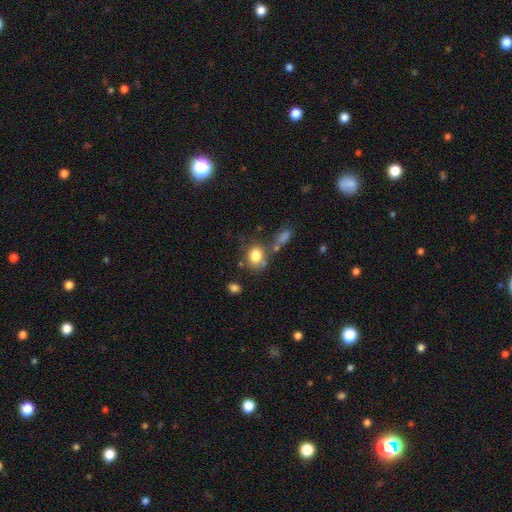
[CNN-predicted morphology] Smooth or featured: smooth — 80% (featured or disk — 10%)
How rounded: round — 57% (in between — 42%)
Merging: none — 55% (minor disturbance — 20%)